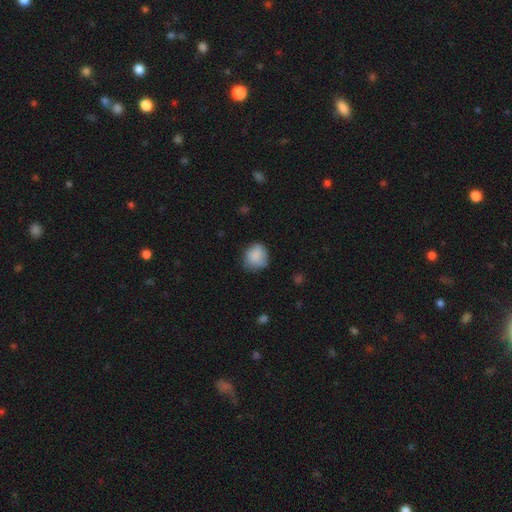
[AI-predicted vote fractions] Morphology: type=smooth (83%); roundness=round (75%); merging=none (64%).